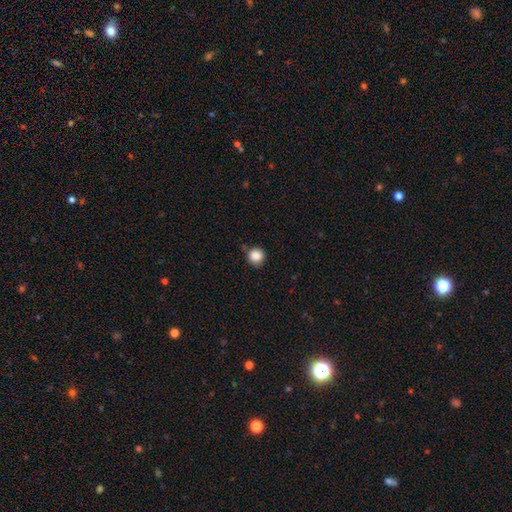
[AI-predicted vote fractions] smooth_or_featured: smooth (p=0.86) [alt: star or artifact p=0.10]
how_rounded: round (p=0.91) [alt: in between p=0.08]
merging: none (p=0.75) [alt: minor disturbance p=0.19]